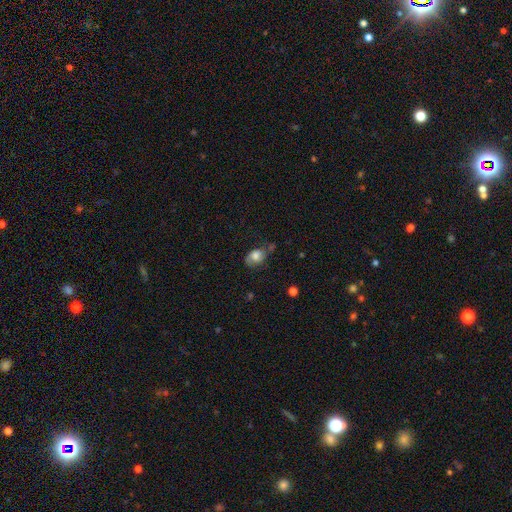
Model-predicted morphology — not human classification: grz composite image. It shows a smooth galaxy with no disk features (64%) that is in between round and cigar-shaped (70%). Merging: none (52%).